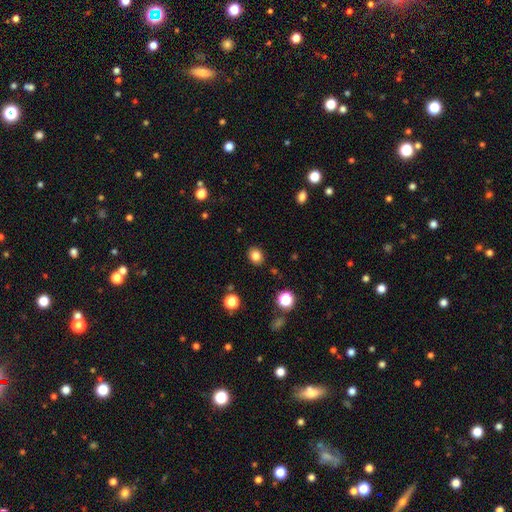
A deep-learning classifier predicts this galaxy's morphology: This appears to be a smooth galaxy with no disk features (83%) that is round (62%). Merging: none (89%).